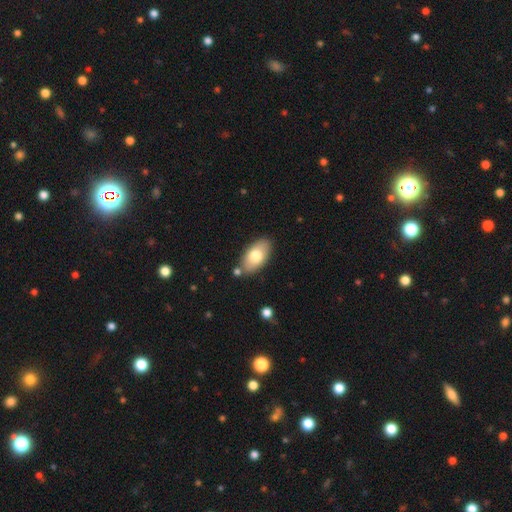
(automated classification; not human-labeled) smooth-or-featured: smooth: 74% | featured or disk: 19% | star or artifact: 6%
  how-rounded: in between: 94% | round: 4% | cigar-shaped: 3%
  merging: none: 79% | minor disturbance: 12% | merger: 6% | major disturbance: 3%